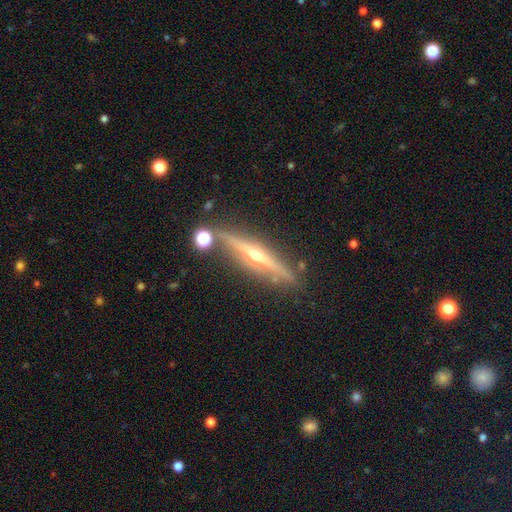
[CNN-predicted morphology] Smooth or featured: featured or disk — 84% (smooth — 10%)
Edge-on disk: yes — 97% (no — 3%)
Edge-on bulge: rounded — 92% (none — 6%)
Merging: none — 83% (minor disturbance — 10%)